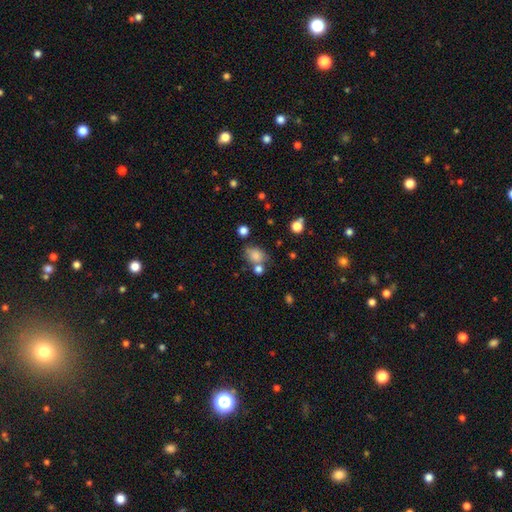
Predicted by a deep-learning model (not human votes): Smooth or featured?
  - smooth: 80% *
  - star or artifact: 12%
  - featured or disk: 8%
How rounded?
  - in between: 63% *
  - round: 35%
  - cigar-shaped: 1%
Merging?
  - none: 56% *
  - merger: 20%
  - minor disturbance: 18%
  - major disturbance: 7%